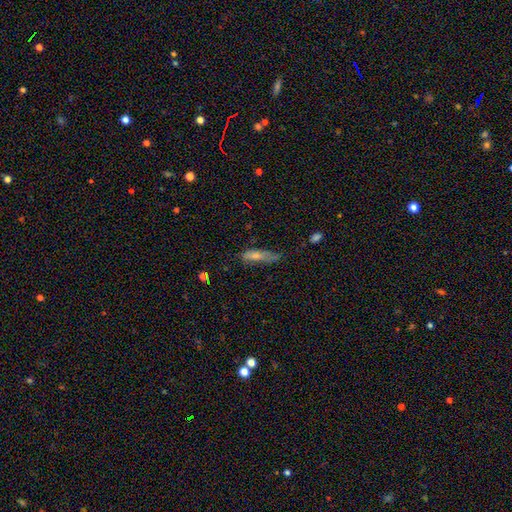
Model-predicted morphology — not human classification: This is likely a smooth galaxy (68%). How rounded: likely cigar-shaped (62%). Merging: marginally none (40%).